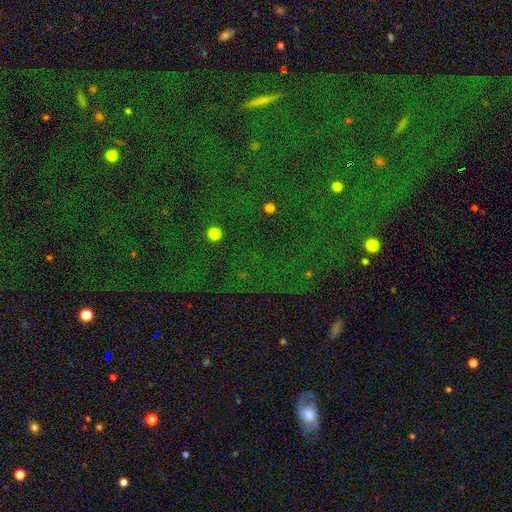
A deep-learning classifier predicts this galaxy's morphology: smooth-or-featured: star or artifact: 81% | smooth: 11% | featured or disk: 9%